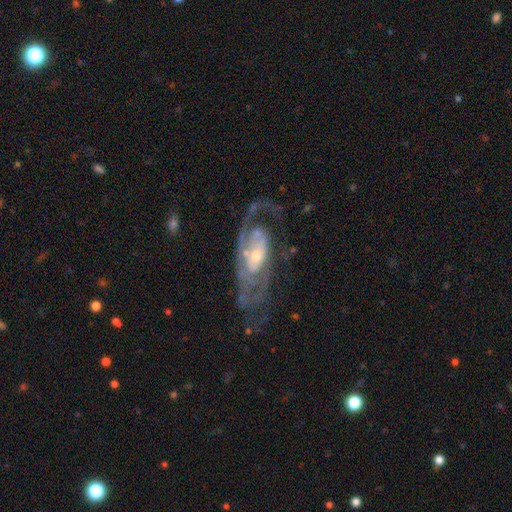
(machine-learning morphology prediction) smooth-or-featured: featured or disk: 84% | smooth: 10% | star or artifact: 6%
  disk-edge-on: no: 92% | yes: 8%
    bar: no: 63% | weak: 28% | strong: 9%
    has-spiral-arms: yes: 88% | no: 12%
      spiral-winding: tight: 44% | medium: 38% | loose: 18%
      spiral-arm-count: 2: 36% | can't tell: 30% | 1: 19% | 3: 8% | 4: 4% | more than 4: 3%
    bulge-size: small: 58% | moderate: 35% | large: 3% | none: 2% | dominant: 1%
  merging: none: 53% | major disturbance: 27% | minor disturbance: 18% | merger: 3%